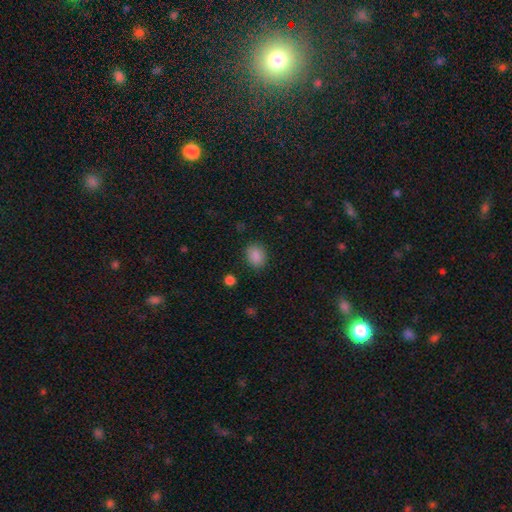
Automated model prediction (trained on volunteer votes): The model was most divided on "how rounded": in between: 57%, round: 42%, cigar-shaped: 1%. More confident: smooth or featured — smooth (87%); merging — none (85%).